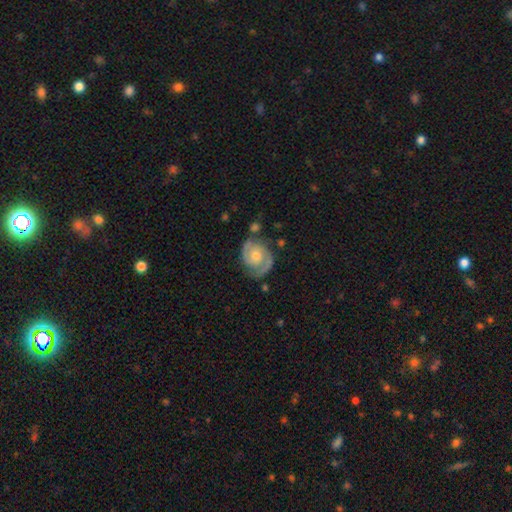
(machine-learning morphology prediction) Overall: featured or disk (86%). Edge-on disk: no (98%). Bar: no (70%). Spiral arms: yes (97%). Spiral arm count: 2 (88%). Spiral winding: tight (52%; medium 40%). Bulge size: moderate (57%; small 34%). Merging: none (73%).